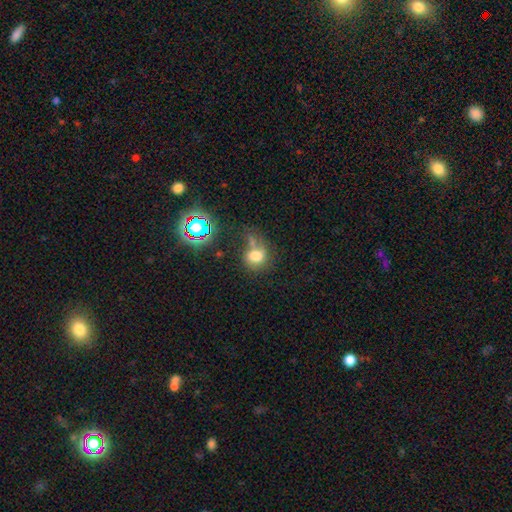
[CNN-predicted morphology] smooth_or_featured: smooth (p=0.70) [alt: star or artifact p=0.16]
how_rounded: round (p=0.58) [alt: in between p=0.41]
merging: none (p=0.36) [alt: merger p=0.31]